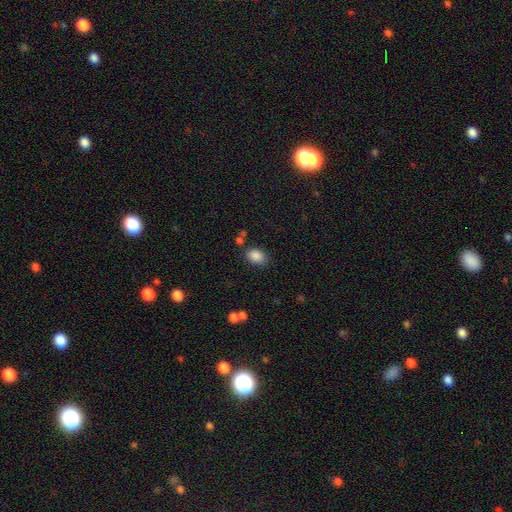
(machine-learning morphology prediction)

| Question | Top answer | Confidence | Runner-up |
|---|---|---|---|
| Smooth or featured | smooth | 87% | star or artifact (9%) |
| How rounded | in between | 79% | round (20%) |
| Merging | none | 77% | minor disturbance (13%) |